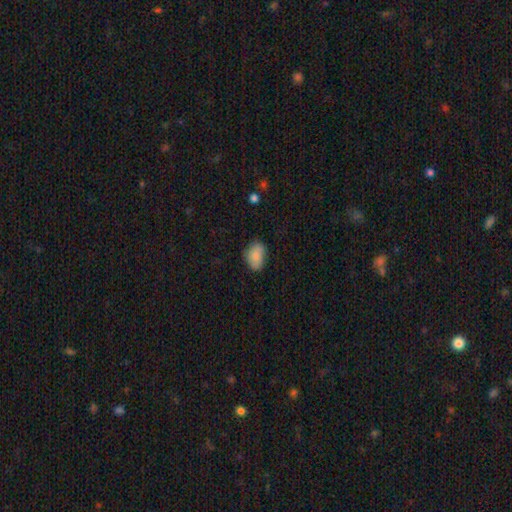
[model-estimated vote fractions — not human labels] Overall: smooth (82%). How rounded: in between (78%). Merging: none (71%).